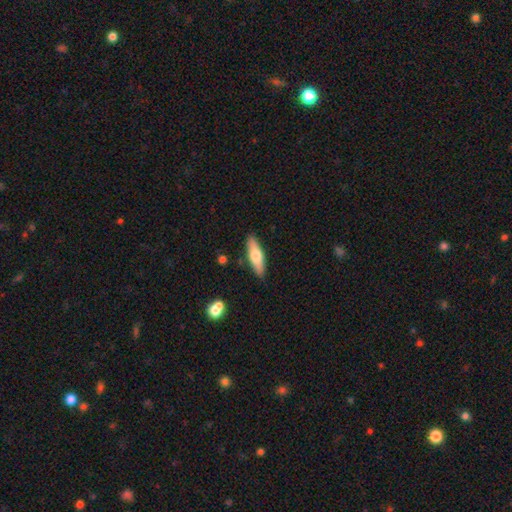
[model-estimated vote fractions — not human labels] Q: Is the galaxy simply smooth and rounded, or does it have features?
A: smooth — 60%.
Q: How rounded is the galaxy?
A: cigar-shaped — 55%.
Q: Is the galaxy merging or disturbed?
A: none — 86%.